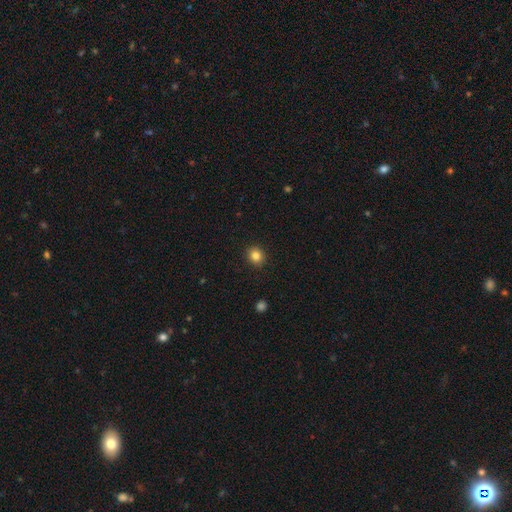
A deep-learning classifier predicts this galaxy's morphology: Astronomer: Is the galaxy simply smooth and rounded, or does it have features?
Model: smooth — 83%.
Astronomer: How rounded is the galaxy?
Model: round — 81%.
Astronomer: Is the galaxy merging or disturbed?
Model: none — 92%.